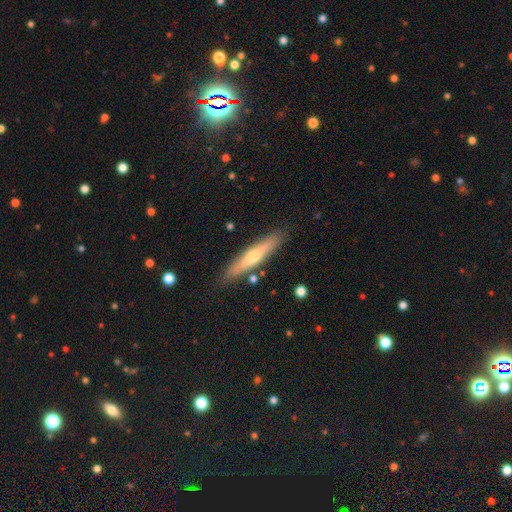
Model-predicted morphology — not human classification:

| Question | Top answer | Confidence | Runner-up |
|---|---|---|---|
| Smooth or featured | featured or disk | 51% | smooth (43%) |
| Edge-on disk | yes | 86% | no (14%) |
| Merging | none | 85% | minor disturbance (10%) |